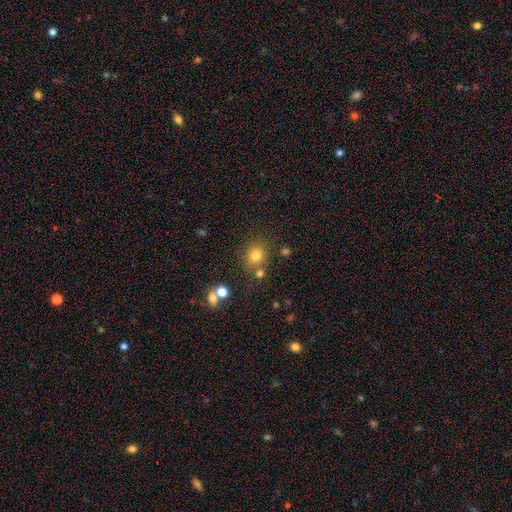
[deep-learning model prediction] Smooth or featured: smooth — 76% (star or artifact — 16%)
How rounded: round — 80% (in between — 19%)
Merging: none — 75% (merger — 11%)